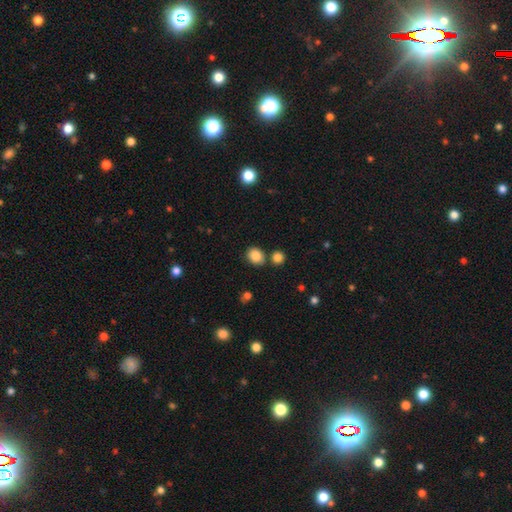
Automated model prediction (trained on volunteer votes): Smooth or featured: smooth — 86% (star or artifact — 10%)
How rounded: round — 55% (in between — 44%)
Merging: none — 75% (merger — 13%)